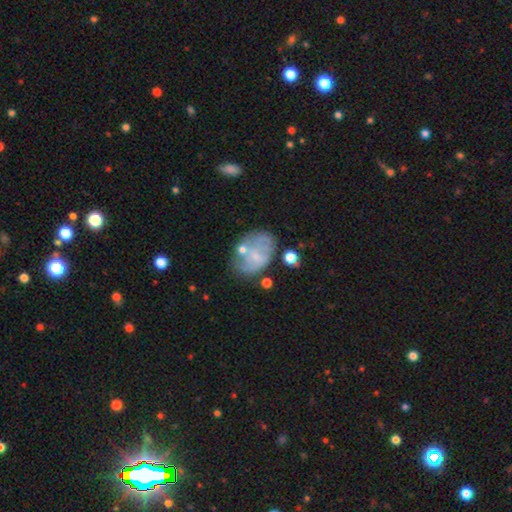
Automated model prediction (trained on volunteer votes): Smooth or featured? featured or disk (50%)
Merging? none (48%)